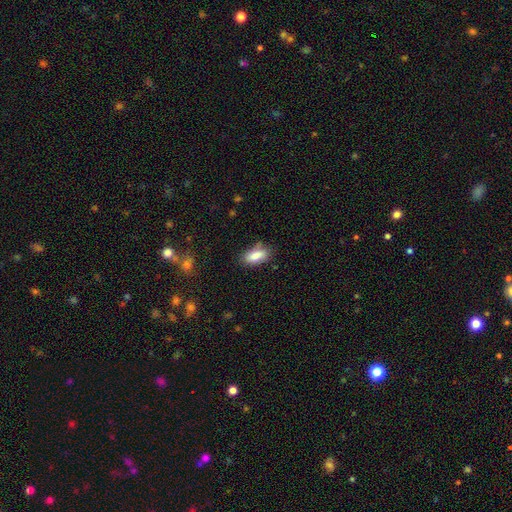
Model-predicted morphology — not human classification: smooth-or-featured: smooth: 83% | featured or disk: 10% | star or artifact: 7%
  how-rounded: in between: 86% | cigar-shaped: 11% | round: 3%
  merging: none: 74% | minor disturbance: 19% | major disturbance: 4% | merger: 3%